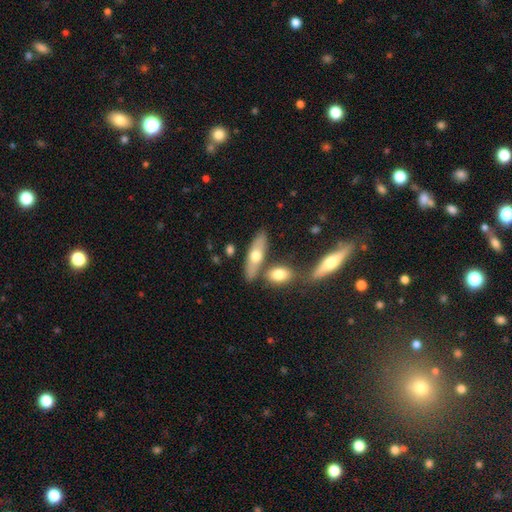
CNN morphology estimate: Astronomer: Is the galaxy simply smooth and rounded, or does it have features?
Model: smooth — 56% (runner-up: featured or disk, 38%).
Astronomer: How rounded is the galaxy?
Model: in between — 52% (runner-up: cigar-shaped, 44%).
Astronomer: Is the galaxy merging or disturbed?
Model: none — 66%.